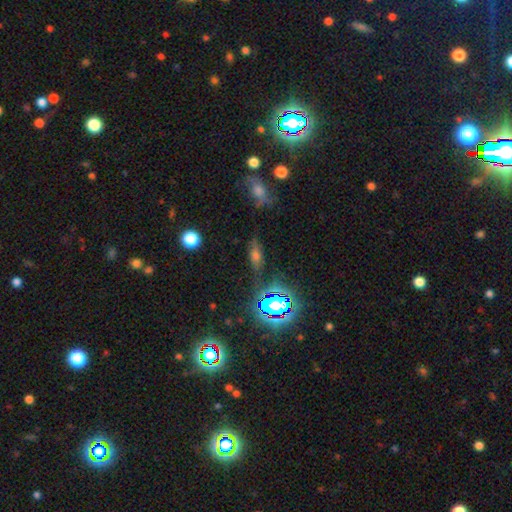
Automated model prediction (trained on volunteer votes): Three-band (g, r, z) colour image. It shows a smooth galaxy with no disk features (47%). Merging: none (73%).